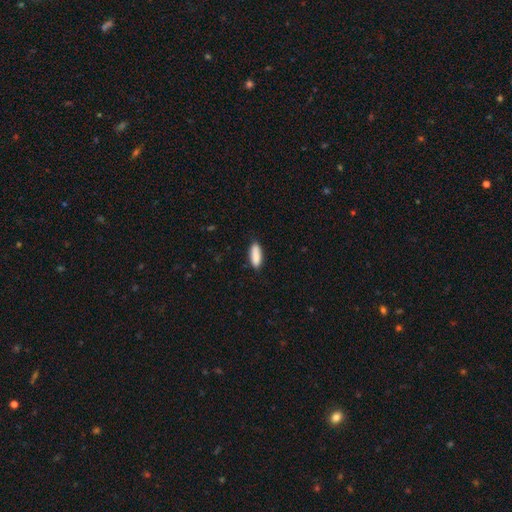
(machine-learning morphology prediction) type=smooth (89%); roundness=in between (63%); merging=none (84%).